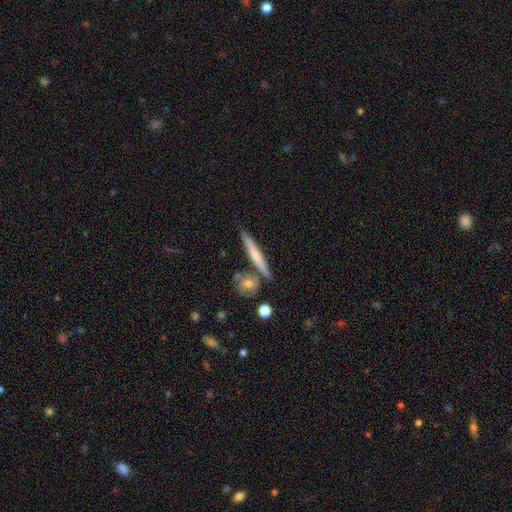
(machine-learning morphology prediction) Smooth or featured? smooth (49%)
Merging? none (79%)